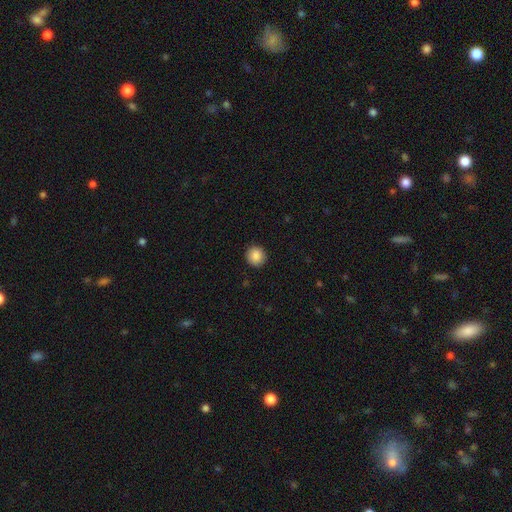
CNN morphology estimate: A smooth galaxy with no disk features (88%) that is round (93%). Merging: none (92%).